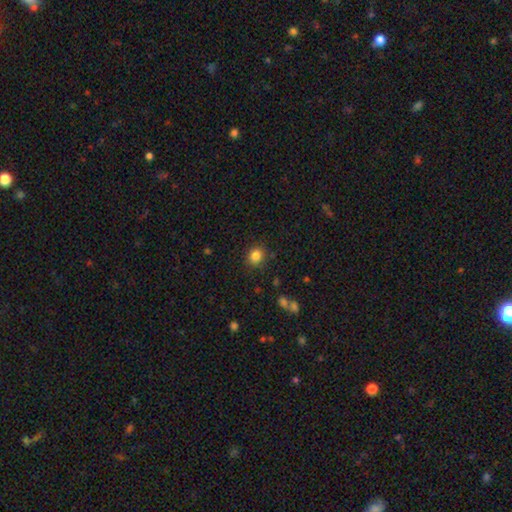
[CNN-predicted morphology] Q: Smooth or featured?
A: smooth (84%); runner-up: star or artifact (11%)
Q: How rounded?
A: round (73%); runner-up: in between (26%)
Q: Merging?
A: none (86%); runner-up: minor disturbance (9%)